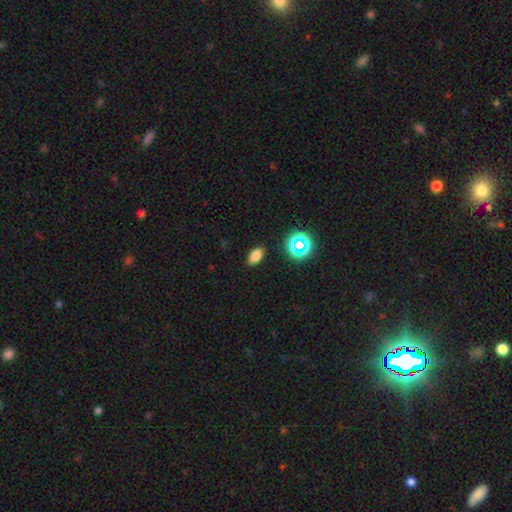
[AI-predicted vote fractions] smooth_or_featured: smooth (p=0.77) [alt: star or artifact p=0.16]
how_rounded: in between (p=0.88) [alt: round p=0.09]
merging: none (p=0.88) [alt: minor disturbance p=0.08]